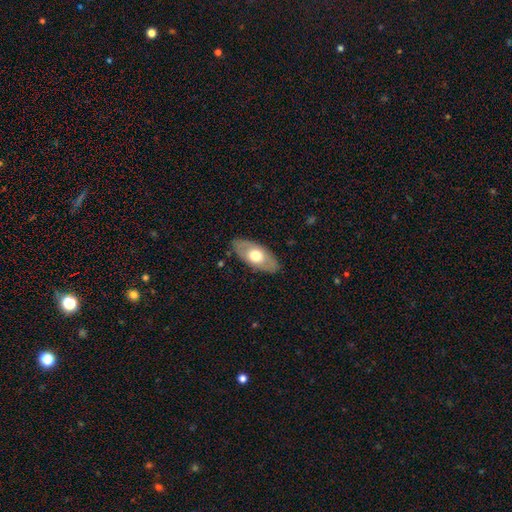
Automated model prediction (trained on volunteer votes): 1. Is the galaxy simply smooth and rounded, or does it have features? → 53% smooth, 42% featured or disk, 5% star or artifact.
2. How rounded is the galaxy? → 90% in between, 6% cigar-shaped, 4% round.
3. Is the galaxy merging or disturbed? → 85% none, 11% minor disturbance, 3% major disturbance, 1% merger.